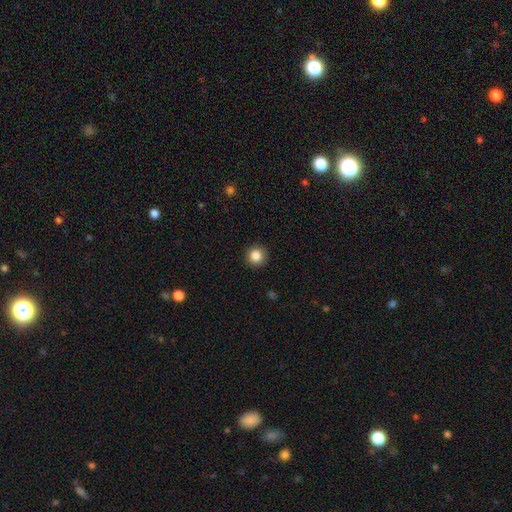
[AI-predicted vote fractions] The model was most divided on "smooth or featured": smooth: 85%, star or artifact: 10%, featured or disk: 5%. More confident: how rounded — round (93%); merging — none (91%).